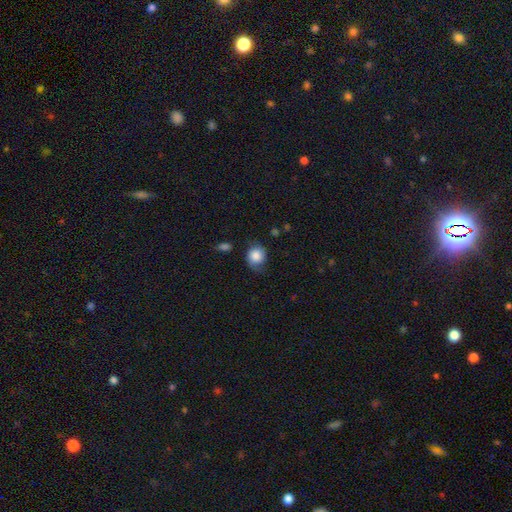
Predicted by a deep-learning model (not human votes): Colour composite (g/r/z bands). It shows a smooth galaxy with no disk features (80%) that is round (76%). Merging: none (60%).